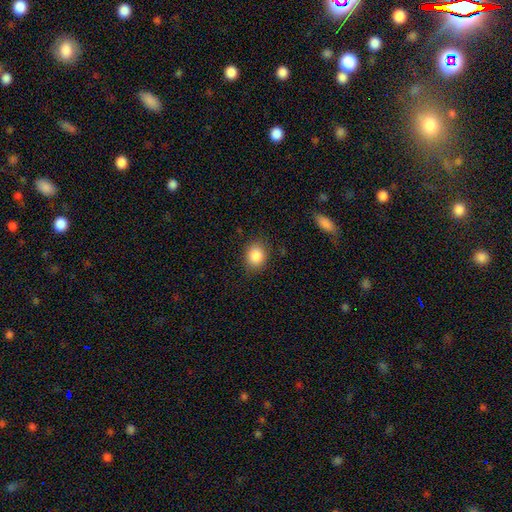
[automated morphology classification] A smooth galaxy with no disk features (87%) that is round (60%). Merging: none (84%).